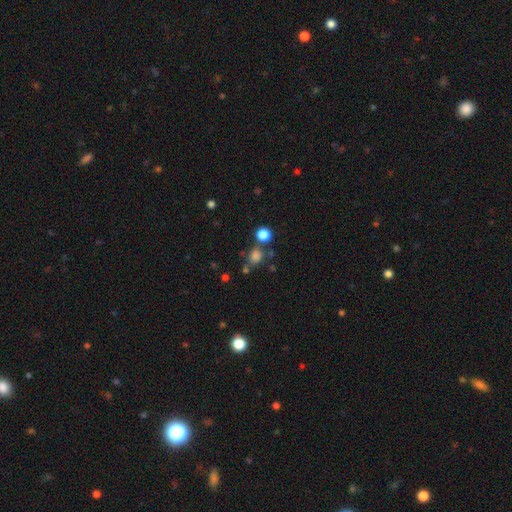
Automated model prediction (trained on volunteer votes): Smooth or featured: smooth — 76% (star or artifact — 17%)
How rounded: round — 71% (in between — 28%)
Merging: none — 63% (merger — 18%)